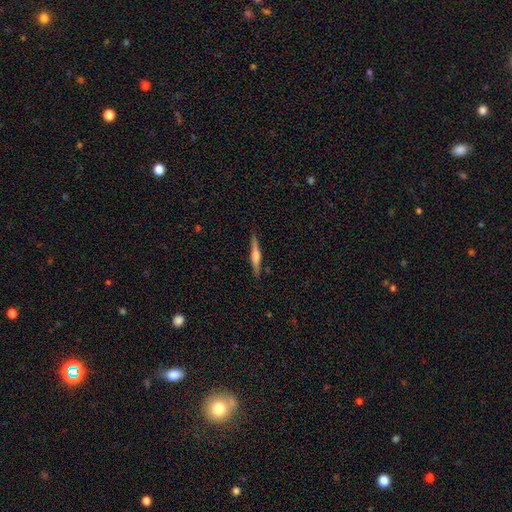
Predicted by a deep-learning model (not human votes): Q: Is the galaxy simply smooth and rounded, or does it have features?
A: featured or disk — 63%.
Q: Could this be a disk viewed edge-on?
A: yes — 98%.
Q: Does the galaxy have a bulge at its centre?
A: rounded — 71%.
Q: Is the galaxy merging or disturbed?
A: none — 89%.